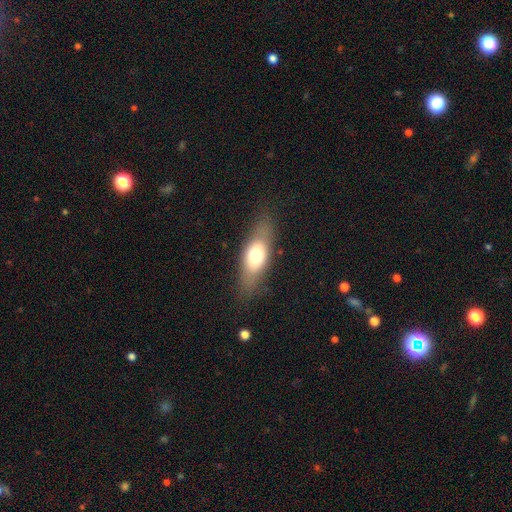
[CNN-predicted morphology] smooth_or_featured: smooth (p=0.64) [alt: featured or disk p=0.28]
how_rounded: in between (p=0.71) [alt: cigar-shaped p=0.22]
merging: none (p=0.76) [alt: minor disturbance p=0.16]